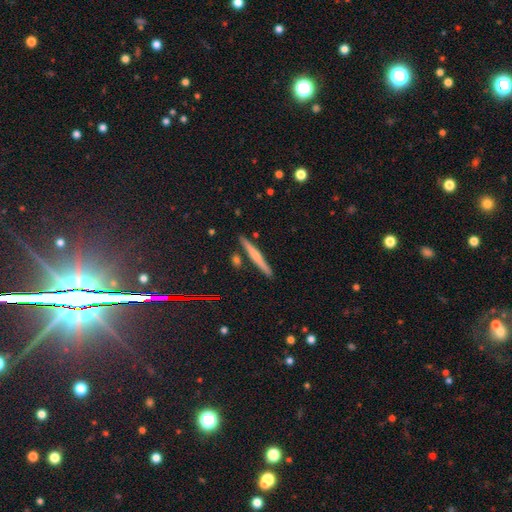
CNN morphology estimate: Overall: smooth (47%; featured or disk 44%). Merging: none (88%).